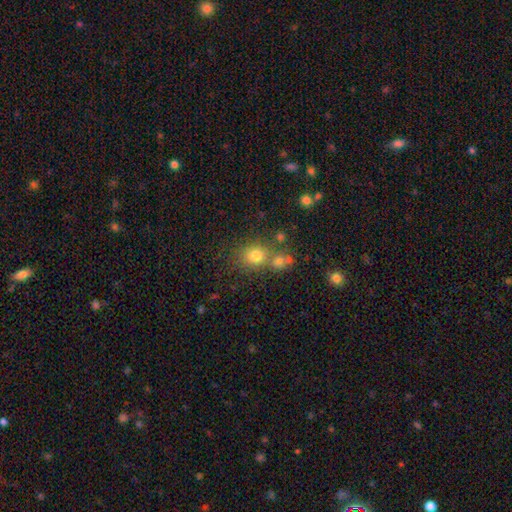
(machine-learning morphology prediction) smooth_or_featured: smooth (p=0.76) [alt: star or artifact p=0.15]
how_rounded: round (p=0.72) [alt: in between p=0.27]
merging: none (p=0.58) [alt: merger p=0.28]